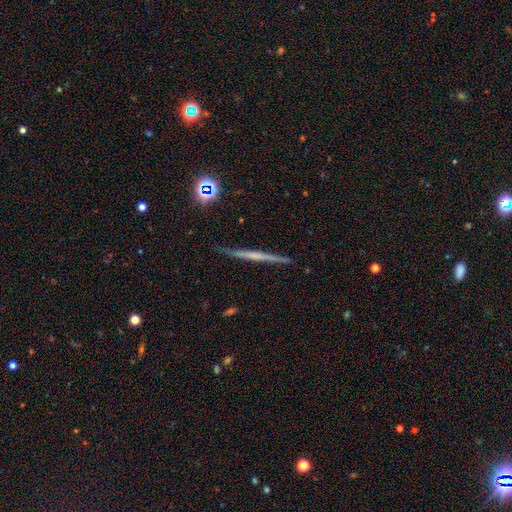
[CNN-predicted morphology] Smooth or featured? featured or disk (62%)
Edge-on disk? yes (97%)
Edge-on bulge? none (74%)
Merging? none (88%)